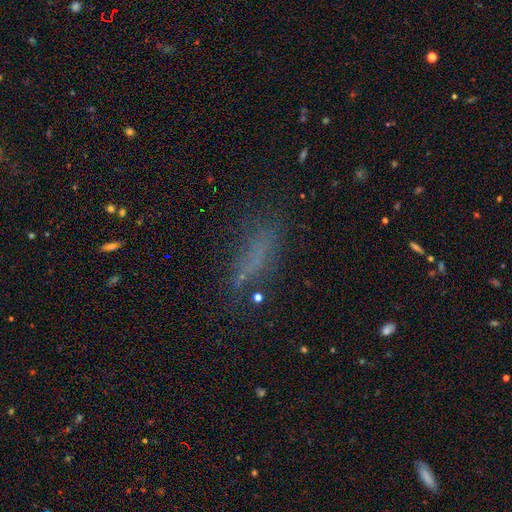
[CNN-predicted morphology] smooth-or-featured: smooth: 60% | star or artifact: 22% | featured or disk: 18%
  how-rounded: cigar-shaped: 71% | in between: 26% | round: 3%
  merging: none: 67% | minor disturbance: 19% | major disturbance: 11% | merger: 3%